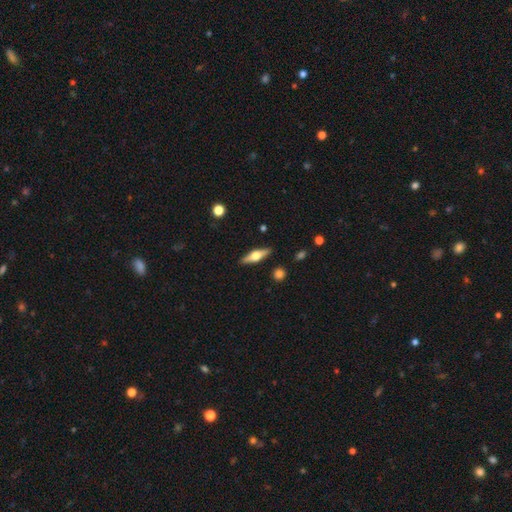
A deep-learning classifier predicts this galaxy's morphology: Q: Smooth or featured?
A: featured or disk (61%); runner-up: smooth (33%)
Q: Edge-on disk?
A: yes (95%); runner-up: no (5%)
Q: Edge-on bulge?
A: rounded (94%); runner-up: boxy (5%)
Q: Merging?
A: none (88%); runner-up: minor disturbance (8%)